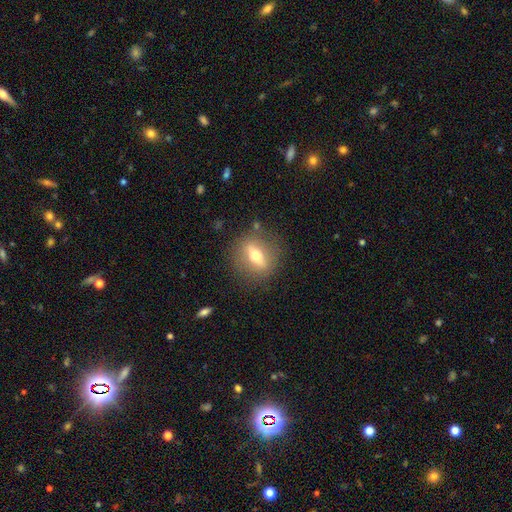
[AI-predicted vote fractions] A featured or disk galaxy (54%) viewed edge-on (53%). Merging: none (84%).